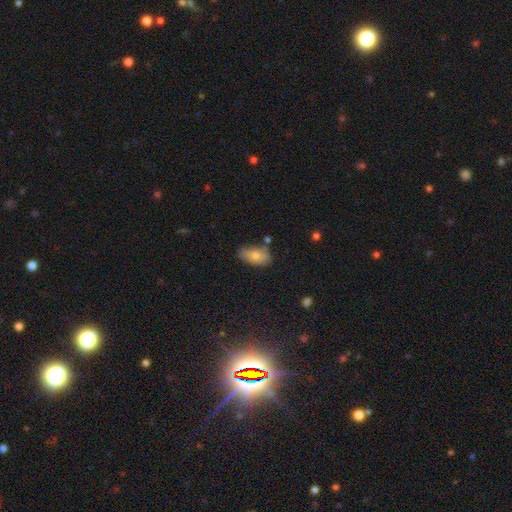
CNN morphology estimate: This appears to be a smooth galaxy with no disk features (79%) that is in between round and cigar-shaped (91%). Merging: none (64%).